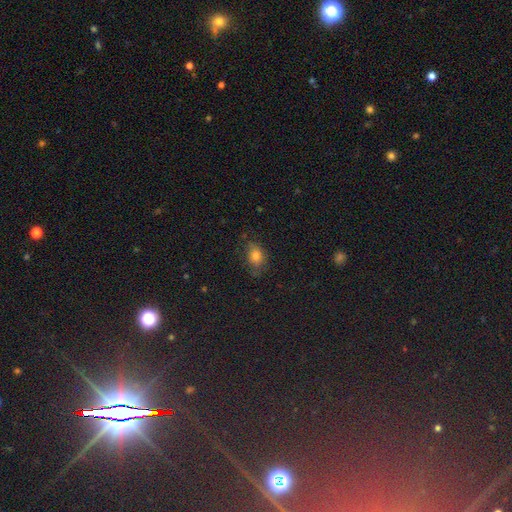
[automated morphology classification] smooth_or_featured: smooth (p=0.76) [alt: star or artifact p=0.15]
how_rounded: in between (p=0.71) [alt: round p=0.27]
merging: none (p=0.73) [alt: minor disturbance p=0.20]